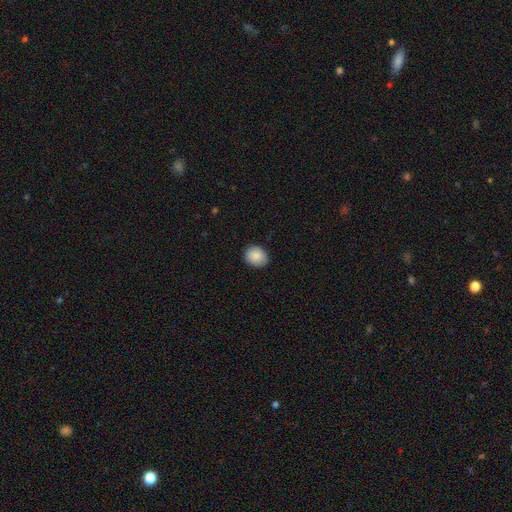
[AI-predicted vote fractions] smooth_or_featured: smooth (p=0.88) [alt: star or artifact p=0.07]
how_rounded: round (p=0.64) [alt: in between p=0.35]
merging: none (p=0.87) [alt: minor disturbance p=0.10]